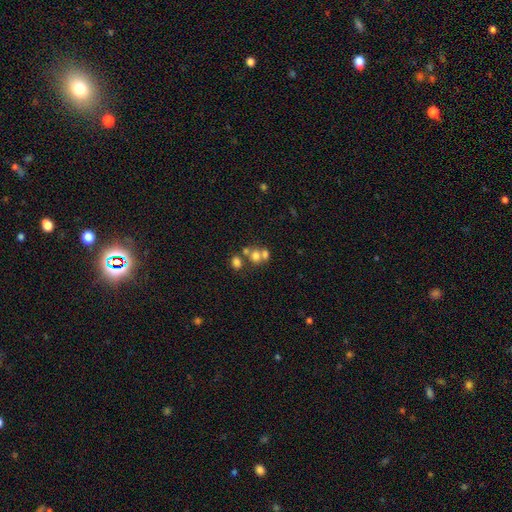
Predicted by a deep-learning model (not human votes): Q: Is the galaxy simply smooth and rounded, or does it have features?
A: smooth — 65%.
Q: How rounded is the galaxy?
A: round — 62%.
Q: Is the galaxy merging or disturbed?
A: merger — 49%.